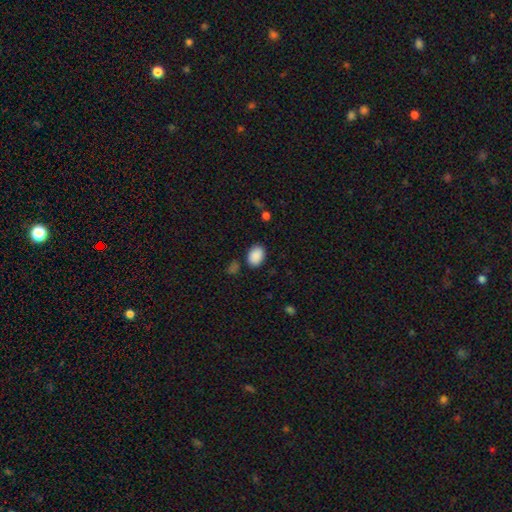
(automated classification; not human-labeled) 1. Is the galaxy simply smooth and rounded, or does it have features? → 90% smooth, 7% star or artifact, 3% featured or disk.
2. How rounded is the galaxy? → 80% in between, 19% round, 1% cigar-shaped.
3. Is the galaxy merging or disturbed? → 83% none, 11% minor disturbance, 3% major disturbance, 3% merger.